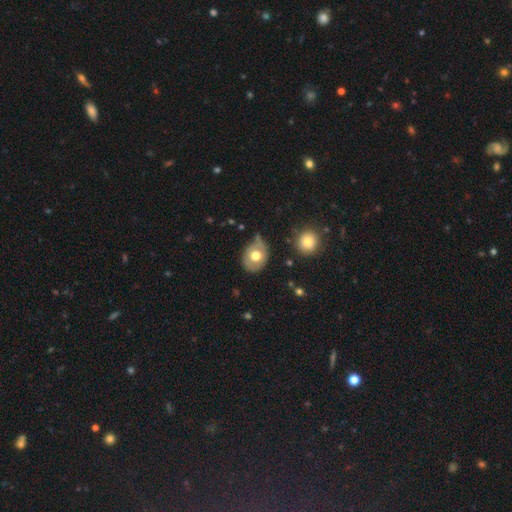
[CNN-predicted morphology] Smooth or featured? Predicted: smooth (p=0.57). How rounded? Predicted: in between (p=0.54). Merging? Predicted: none (p=0.69).